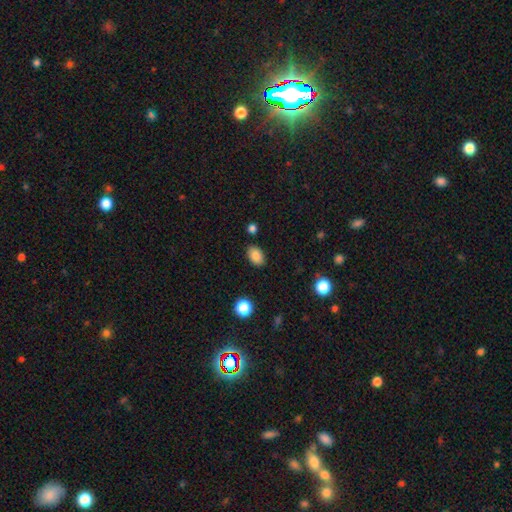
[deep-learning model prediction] This appears to be a smooth galaxy with no disk features (85%) that is in between round and cigar-shaped (84%). Merging: none (85%).